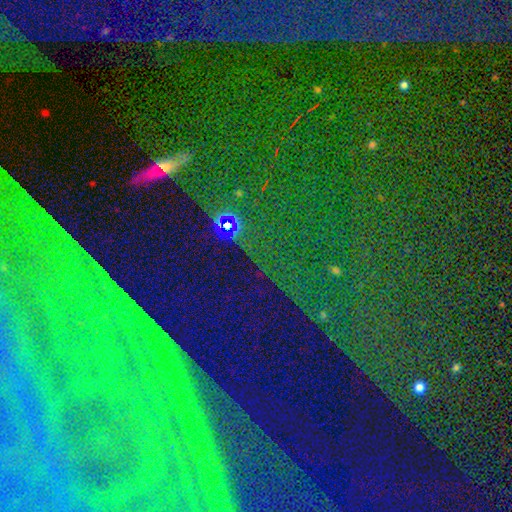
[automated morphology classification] This is likely a star or artifact rather than a galaxy (79%).